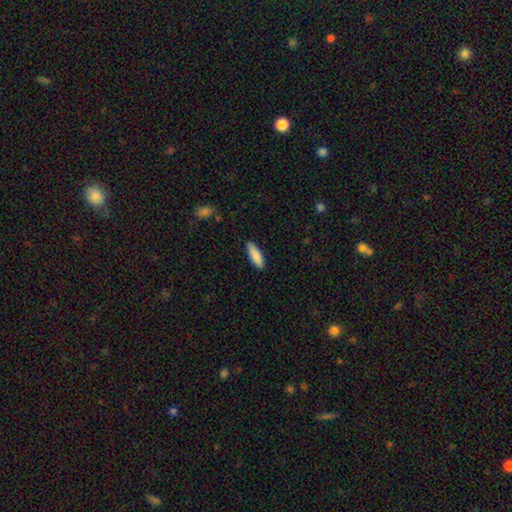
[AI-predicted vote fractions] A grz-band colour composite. It shows a smooth galaxy with no disk features (88%) that is in between round and cigar-shaped (53%). Merging: none (85%).